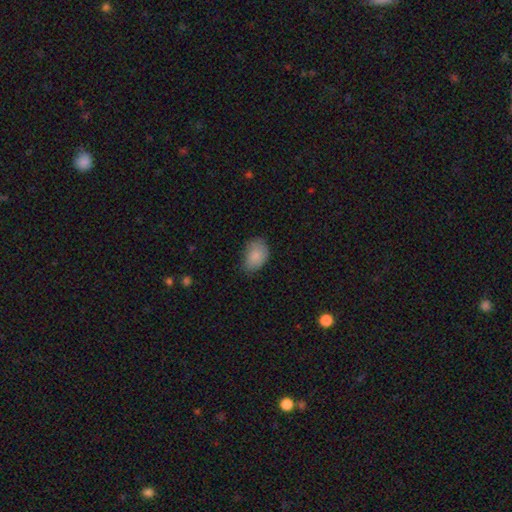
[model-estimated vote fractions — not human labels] Smooth or featured?
  - smooth: 85% *
  - featured or disk: 8%
  - star or artifact: 8%
How rounded?
  - in between: 82% *
  - round: 17%
  - cigar-shaped: 1%
Merging?
  - none: 62% *
  - minor disturbance: 30%
  - major disturbance: 6%
  - merger: 1%